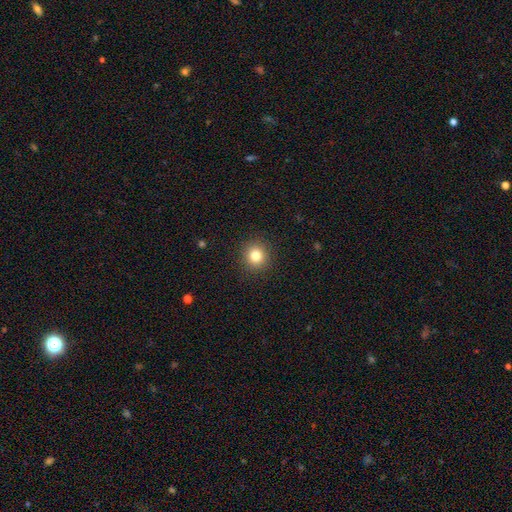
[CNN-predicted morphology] Smooth or featured? smooth (81%)
How rounded? round (92%)
Merging? none (91%)